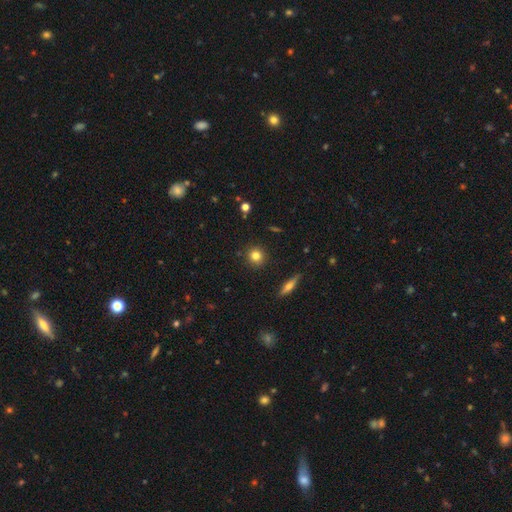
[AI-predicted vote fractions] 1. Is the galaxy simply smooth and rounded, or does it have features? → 80% smooth, 11% star or artifact, 9% featured or disk.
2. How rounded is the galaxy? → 90% round, 8% in between, 2% cigar-shaped.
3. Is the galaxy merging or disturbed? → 90% none, 7% minor disturbance, 2% major disturbance, 2% merger.